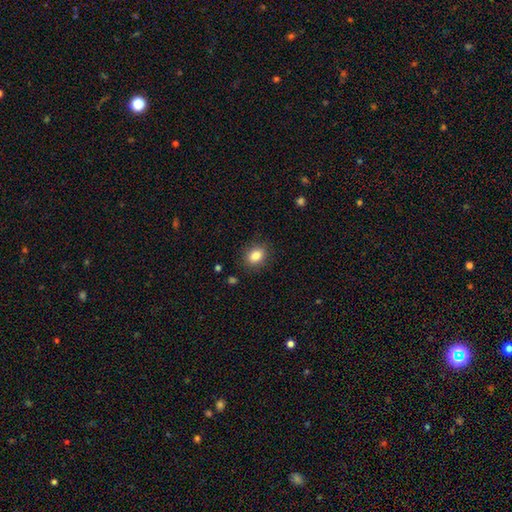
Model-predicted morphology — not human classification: Smooth or featured? Predicted: smooth (p=0.85). How rounded? Predicted: in between (p=0.56). Merging? Predicted: none (p=0.87).